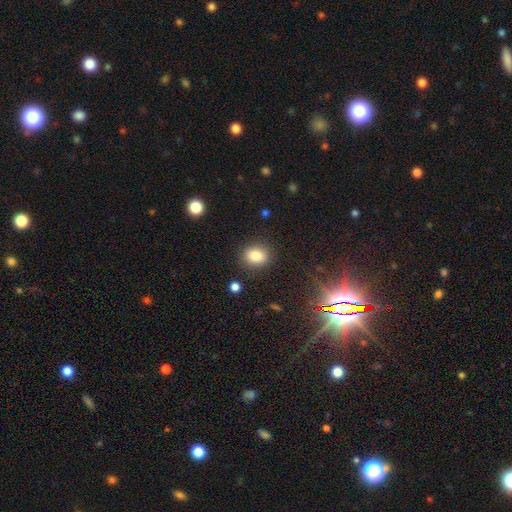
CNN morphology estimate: The model was most divided on "how rounded": round: 58%, in between: 41%, cigar-shaped: 1%. More confident: merging — none (86%); smooth or featured — smooth (83%).